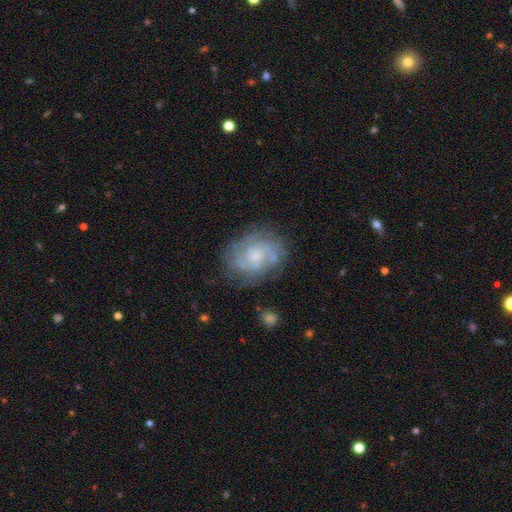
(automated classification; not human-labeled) Smooth or featured?
  - featured or disk: 79% *
  - smooth: 14%
  - star or artifact: 7%
Edge-on disk?
  - no: 98% *
  - yes: 2%
Bar?
  - no: 70% *
  - weak: 26%
  - strong: 3%
Spiral arms?
  - yes: 93% *
  - no: 7%
Spiral winding?
  - tight: 54% *
  - medium: 36%
  - loose: 9%
Spiral arm count?
  - 2: 35% *
  - can't tell: 30%
  - 3: 19%
  - 4: 7%
  - 1: 5%
  - more than 4: 4%
Bulge size?
  - small: 60% *
  - moderate: 29%
  - none: 7%
  - large: 3%
  - dominant: 1%
Merging?
  - none: 75% *
  - minor disturbance: 16%
  - major disturbance: 7%
  - merger: 2%